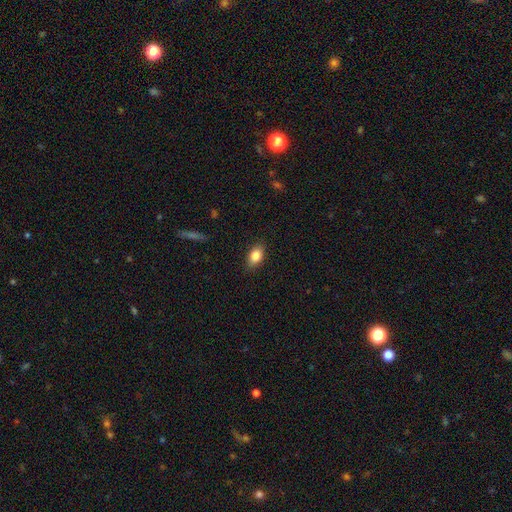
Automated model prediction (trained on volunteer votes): smooth_or_featured: smooth (p=0.83) [alt: featured or disk p=0.09]
how_rounded: in between (p=0.86) [alt: round p=0.11]
merging: none (p=0.86) [alt: minor disturbance p=0.11]